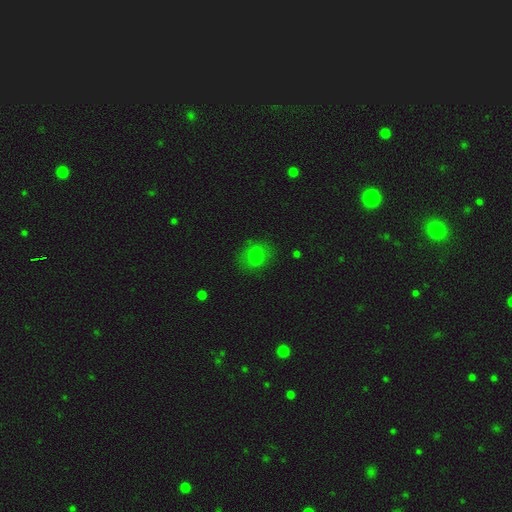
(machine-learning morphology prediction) A smooth galaxy with no disk features (76%) that is round (59%). Merging: none (77%).